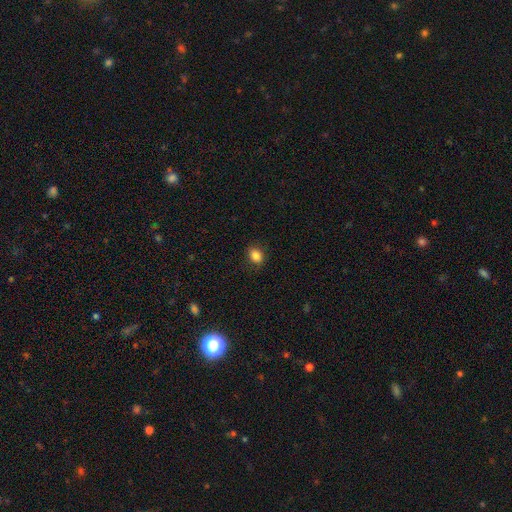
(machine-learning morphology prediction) smooth_or_featured: smooth (p=0.85) [alt: star or artifact p=0.10]
how_rounded: in between (p=0.57) [alt: round p=0.42]
merging: none (p=0.86) [alt: minor disturbance p=0.10]